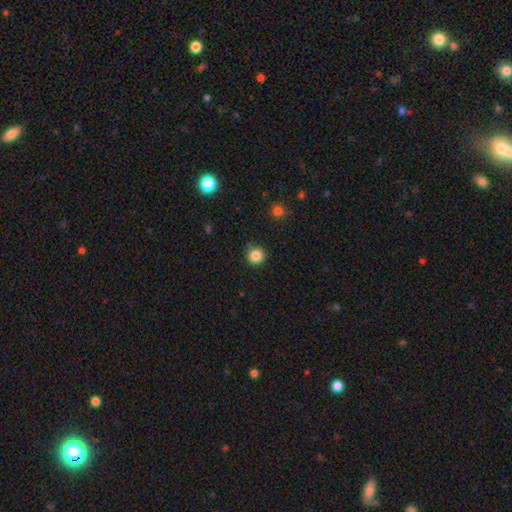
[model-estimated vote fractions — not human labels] Q: Smooth or featured?
A: smooth (85%); runner-up: star or artifact (11%)
Q: How rounded?
A: round (94%); runner-up: in between (5%)
Q: Merging?
A: none (90%); runner-up: minor disturbance (7%)